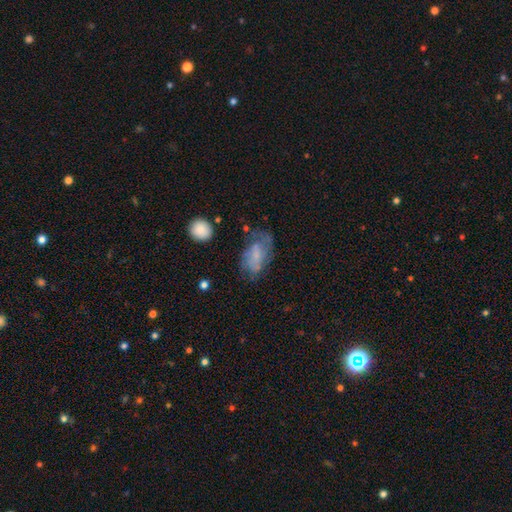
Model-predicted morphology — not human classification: Smooth or featured? Predicted: featured or disk (p=0.48). Merging? Predicted: none (p=0.47).